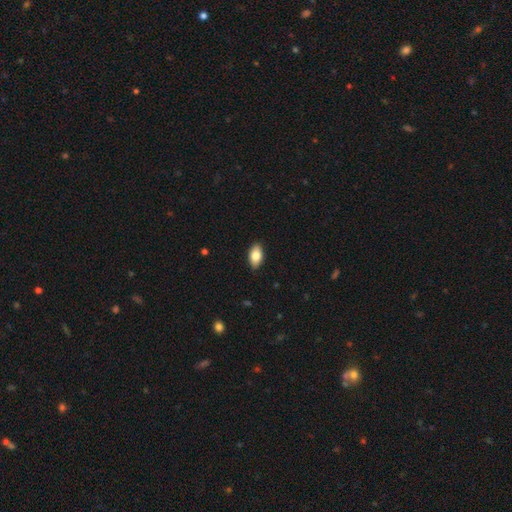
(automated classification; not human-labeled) Smooth or featured? smooth (82%)
How rounded? in between (93%)
Merging? none (89%)